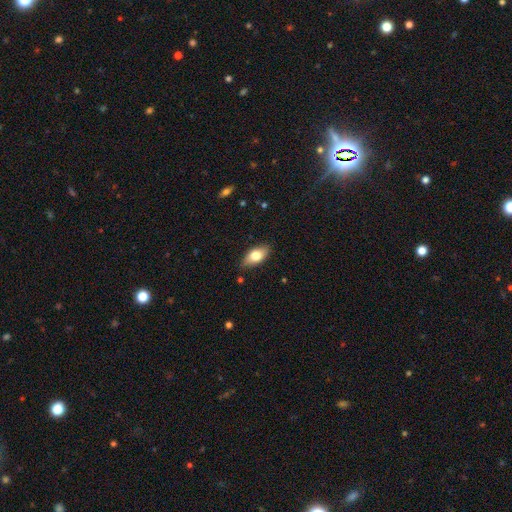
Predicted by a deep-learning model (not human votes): Smooth or featured: smooth — 74% (featured or disk — 19%)
How rounded: in between — 88% (cigar-shaped — 7%)
Merging: none — 83% (minor disturbance — 13%)